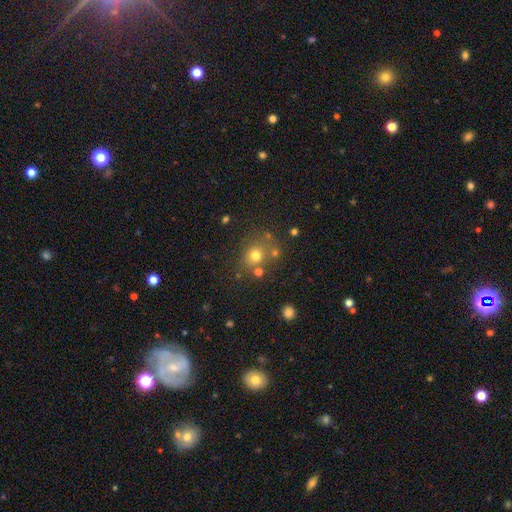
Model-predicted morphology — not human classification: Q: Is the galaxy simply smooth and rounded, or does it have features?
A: smooth — 70%.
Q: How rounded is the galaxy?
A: round — 73%.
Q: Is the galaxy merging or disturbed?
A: none — 66%.